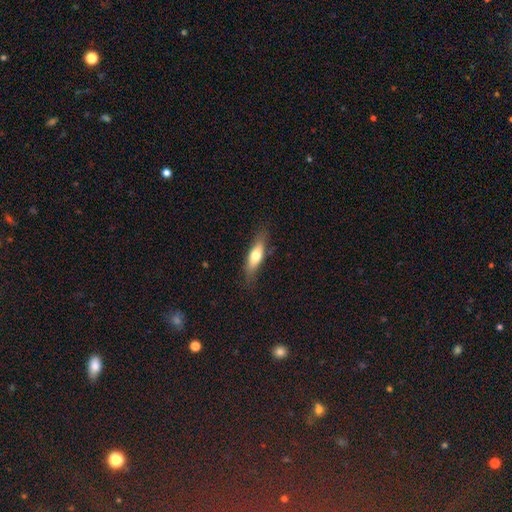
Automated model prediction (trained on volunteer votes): This appears to be a smooth galaxy with no disk features (63%) that is cigar-shaped (51%). Merging: none (79%).